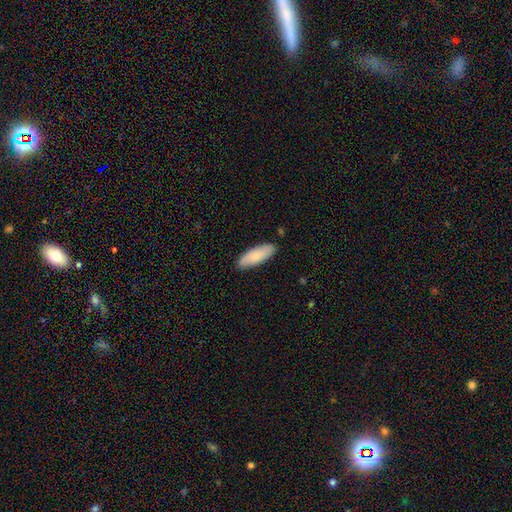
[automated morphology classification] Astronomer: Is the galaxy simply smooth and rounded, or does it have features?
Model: smooth — 82%.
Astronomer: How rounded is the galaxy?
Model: in between — 66%.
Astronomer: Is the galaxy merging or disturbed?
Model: none — 87%.